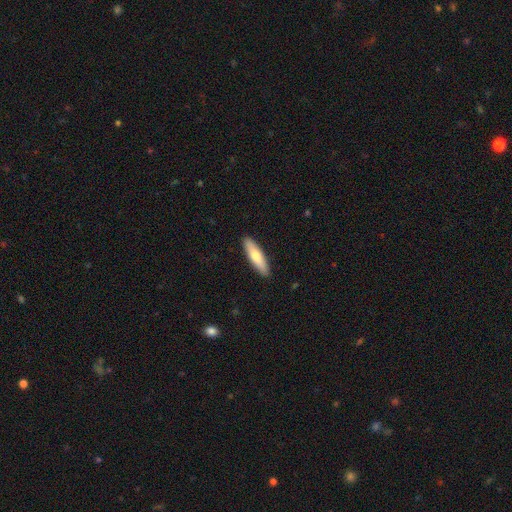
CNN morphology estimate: Overall: smooth (70%). How rounded: cigar-shaped (69%). Merging: none (91%).